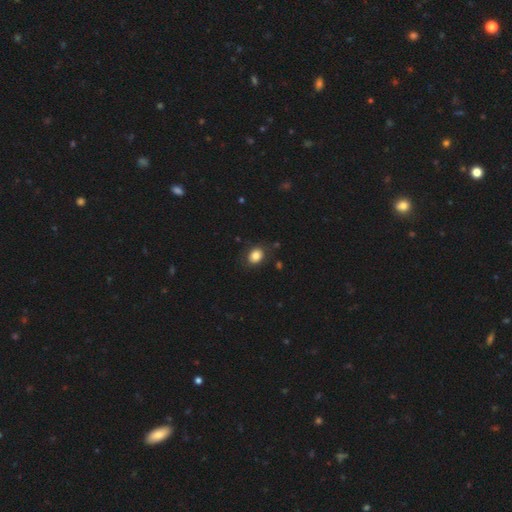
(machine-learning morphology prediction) Smooth or featured: smooth — 82% (star or artifact — 9%)
How rounded: in between — 56% (round — 43%)
Merging: none — 81% (minor disturbance — 13%)